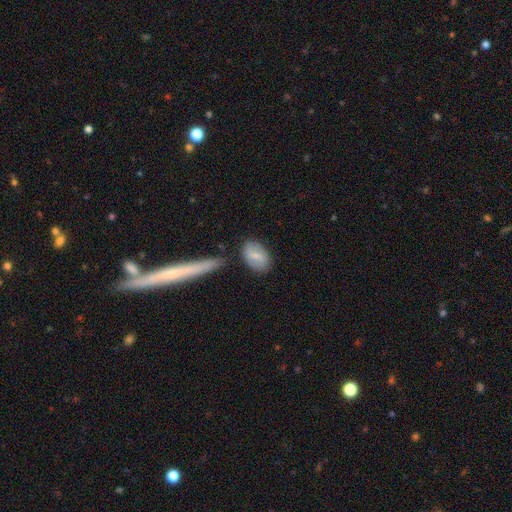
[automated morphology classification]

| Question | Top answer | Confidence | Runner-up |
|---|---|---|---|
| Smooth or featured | smooth | 65% | featured or disk (28%) |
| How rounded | in between | 85% | round (11%) |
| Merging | none | 77% | minor disturbance (14%) |